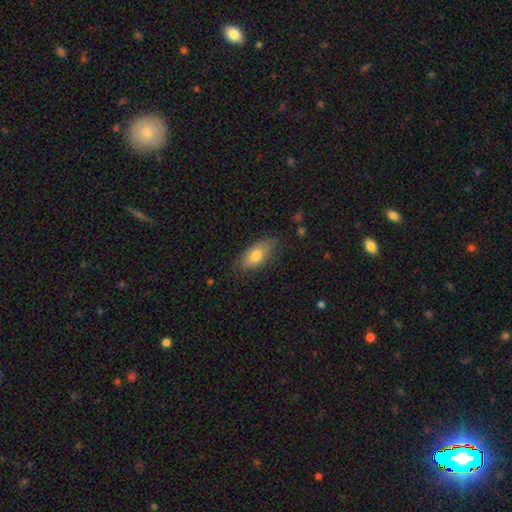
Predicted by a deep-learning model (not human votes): Smooth or featured? Predicted: smooth (p=0.74). How rounded? Predicted: in between (p=0.88). Merging? Predicted: none (p=0.72).